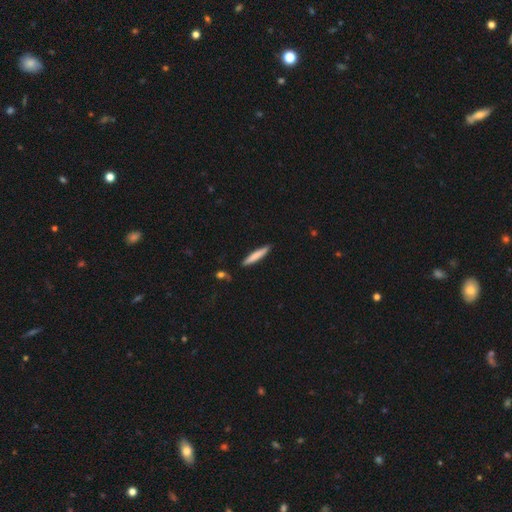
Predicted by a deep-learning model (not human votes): Morphology: type=smooth (76%); roundness=cigar-shaped (93%); merging=none (88%).